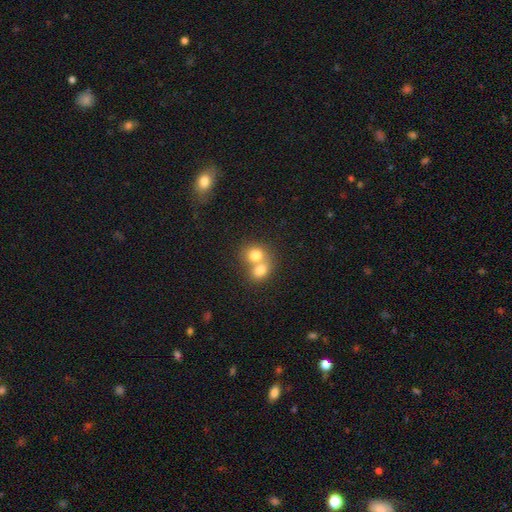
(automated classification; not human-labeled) smooth-or-featured: smooth: 76% | featured or disk: 14% | star or artifact: 10%
  how-rounded: round: 64% | in between: 35% | cigar-shaped: 1%
  merging: merger: 67% | none: 25% | minor disturbance: 5% | major disturbance: 3%